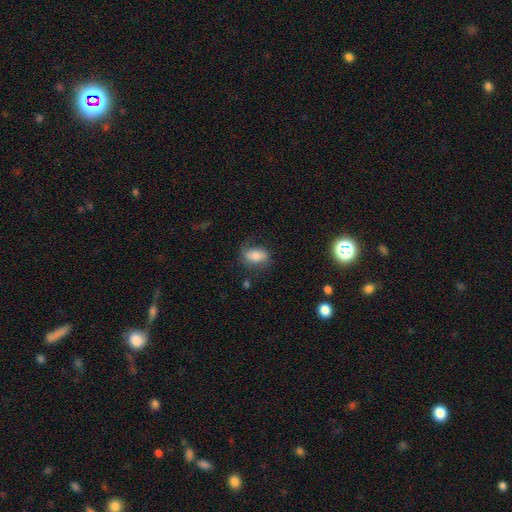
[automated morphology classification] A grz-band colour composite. It shows a smooth galaxy with no disk features (70%) that is in between round and cigar-shaped (88%). Merging: none (65%).